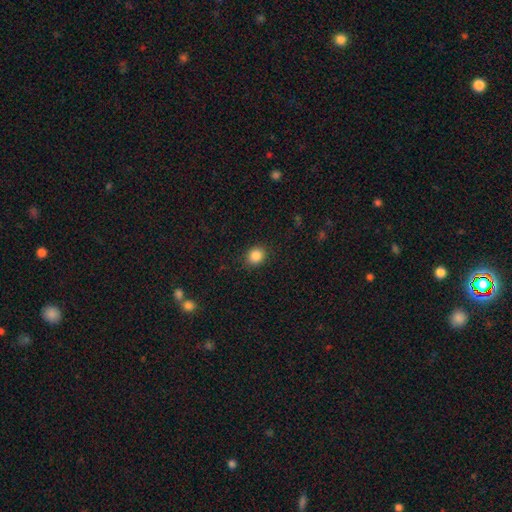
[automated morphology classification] Smooth or featured: smooth — 86% (star or artifact — 10%)
How rounded: round — 71% (in between — 28%)
Merging: none — 88% (minor disturbance — 8%)